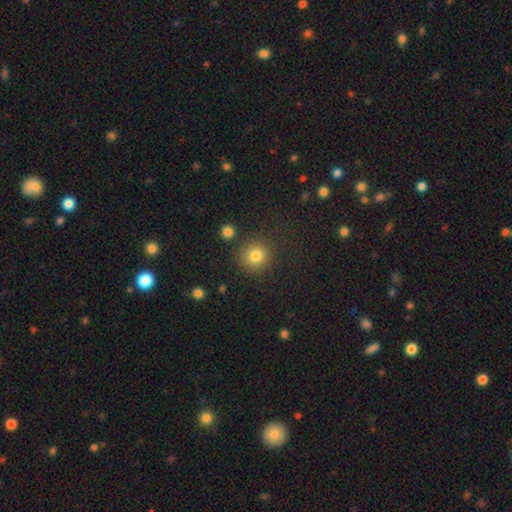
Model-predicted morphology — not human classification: smooth 81%, star or artifact 12%, featured or disk 6%. Down the decision tree: how rounded — round (91%); merging — none (86%).